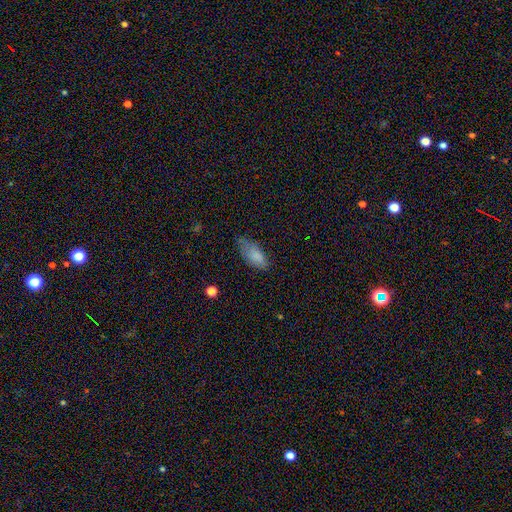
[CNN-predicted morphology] Q: Smooth or featured?
A: smooth (81%); runner-up: featured or disk (11%)
Q: How rounded?
A: in between (85%); runner-up: cigar-shaped (13%)
Q: Merging?
A: none (51%); runner-up: minor disturbance (36%)